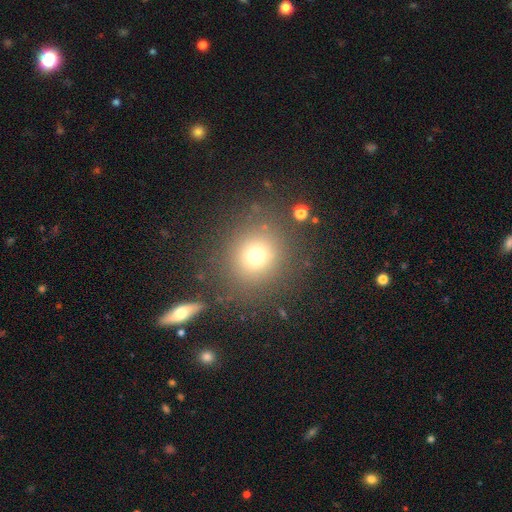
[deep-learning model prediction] This is likely a smooth galaxy (71%). How rounded: clearly round (88%). Merging: clearly none (84%).